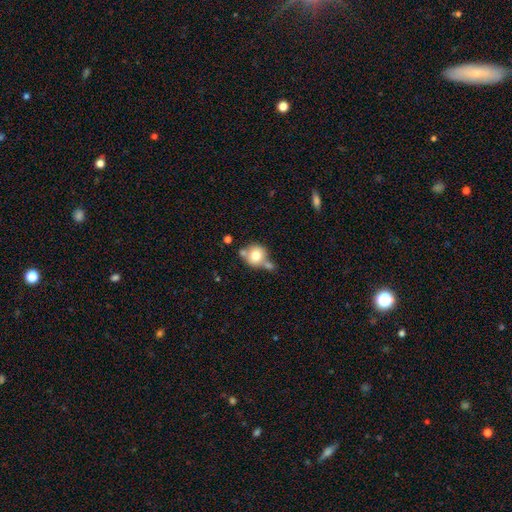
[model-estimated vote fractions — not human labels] A smooth galaxy with no disk features (72%) that is round (84%).

Vote fractions:
- Smooth or featured? smooth: 72% / featured or disk: 18% / star or artifact: 9%
- How rounded? round: 84% / in between: 15% / cigar-shaped: 1%
- Merging? none: 46% / merger: 34% / minor disturbance: 14% / major disturbance: 5%